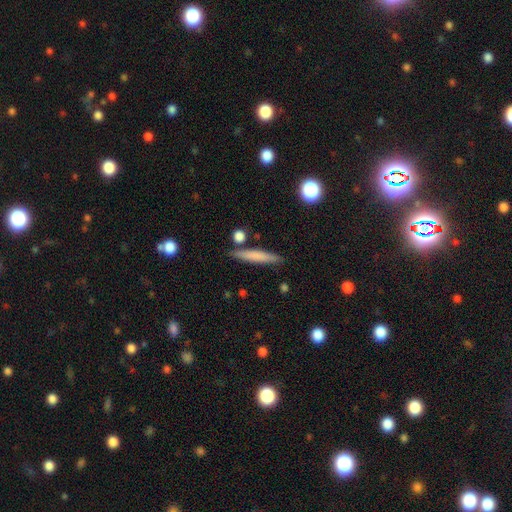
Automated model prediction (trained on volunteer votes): This appears to be a smooth galaxy with no disk features (70%) that is cigar-shaped (92%). Merging: none (84%).